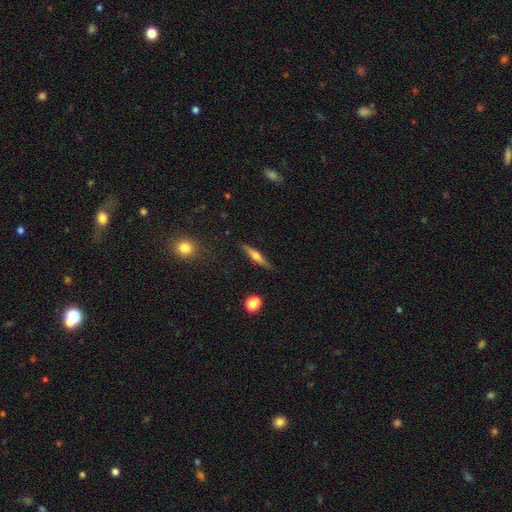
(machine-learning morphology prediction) smooth-or-featured: featured or disk: 56% | smooth: 36% | star or artifact: 8%
  disk-edge-on: yes: 95% | no: 5%
    edge-on-bulge: rounded: 82% | none: 11% | boxy: 8%
  merging: none: 85% | minor disturbance: 11% | major disturbance: 2% | merger: 2%